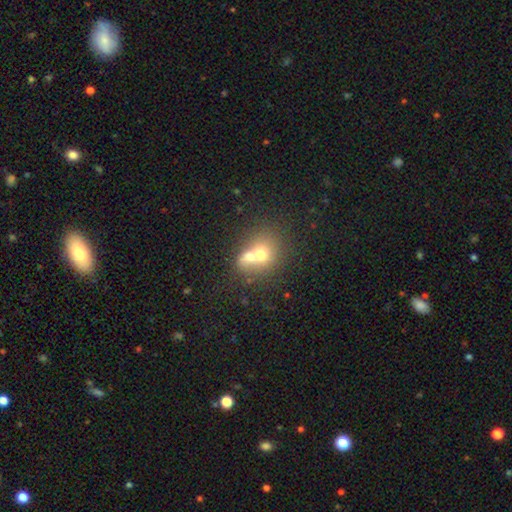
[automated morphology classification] smooth_or_featured: smooth (p=0.64) [alt: featured or disk p=0.25]
how_rounded: round (p=0.63) [alt: in between p=0.36]
merging: merger (p=0.69) [alt: none p=0.22]